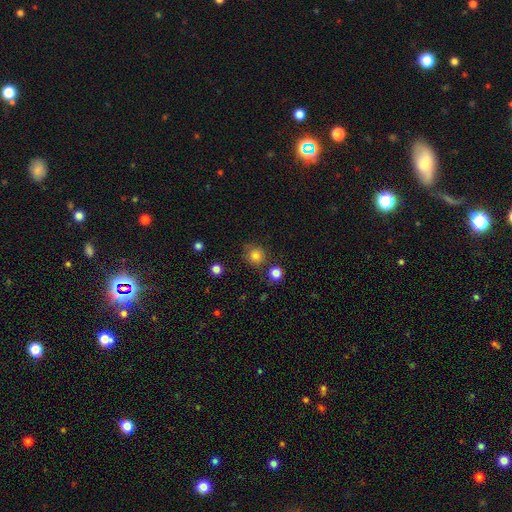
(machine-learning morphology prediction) Smooth or featured? Predicted: smooth (p=0.81). How rounded? Predicted: round (p=0.92). Merging? Predicted: none (p=0.80).